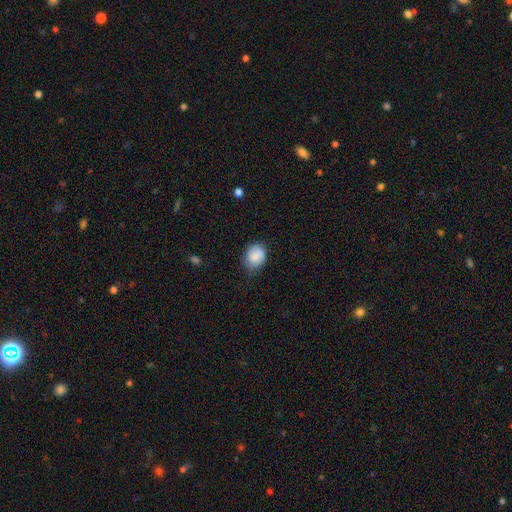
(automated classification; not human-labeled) Smooth or featured?
  - smooth: 78% *
  - featured or disk: 13%
  - star or artifact: 8%
How rounded?
  - round: 60% *
  - in between: 39%
  - cigar-shaped: 1%
Merging?
  - none: 54% *
  - minor disturbance: 35%
  - major disturbance: 9%
  - merger: 2%